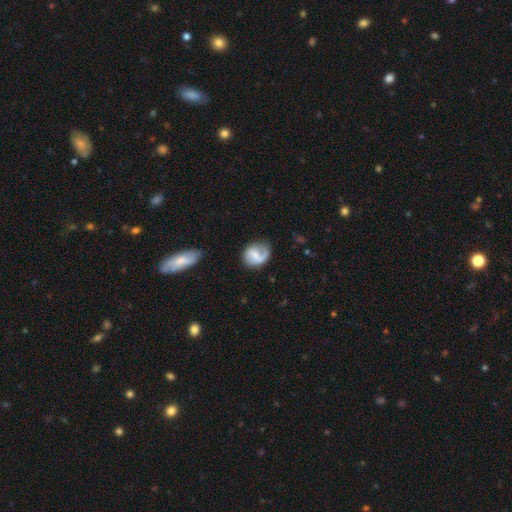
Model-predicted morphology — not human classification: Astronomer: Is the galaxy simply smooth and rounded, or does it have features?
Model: featured or disk — 57% (runner-up: smooth, 36%).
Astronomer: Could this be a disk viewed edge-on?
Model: no — 97%.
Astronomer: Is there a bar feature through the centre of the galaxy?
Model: weak — 50% (runner-up: no, 32%).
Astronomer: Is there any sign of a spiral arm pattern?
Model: yes — 84%.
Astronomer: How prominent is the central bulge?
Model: small — 45% (runner-up: moderate, 37%).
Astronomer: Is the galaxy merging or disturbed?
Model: none — 60%.